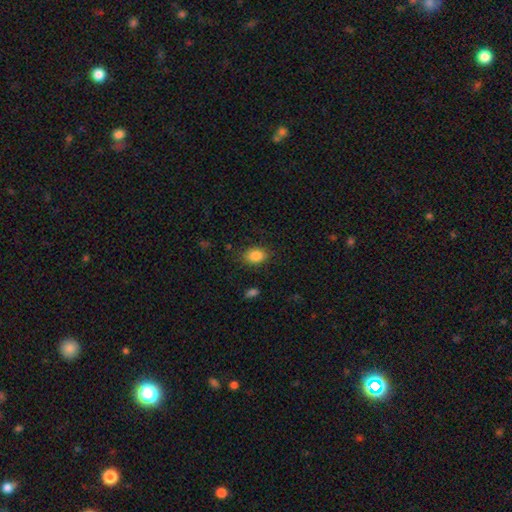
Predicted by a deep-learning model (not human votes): This is clearly a smooth galaxy (86%). How rounded: likely in between (76%). Merging: clearly none (82%).